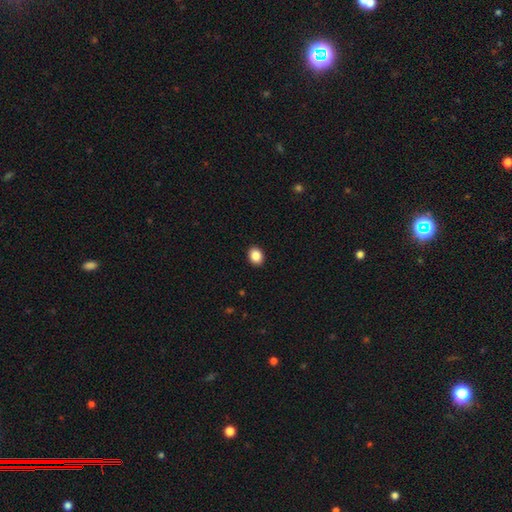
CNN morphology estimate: smooth_or_featured: smooth (p=0.88) [alt: star or artifact p=0.09]
how_rounded: in between (p=0.54) [alt: round p=0.46]
merging: none (p=0.92) [alt: minor disturbance p=0.05]